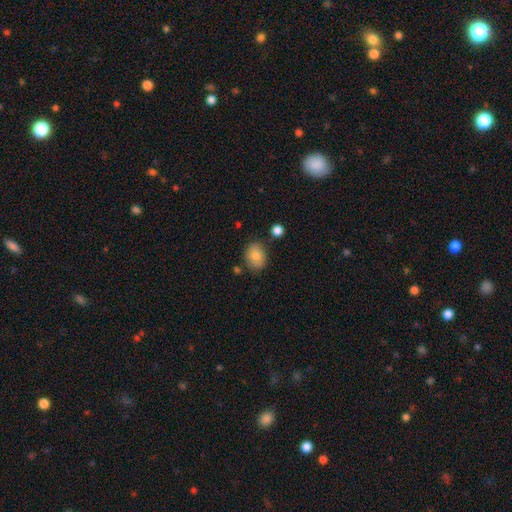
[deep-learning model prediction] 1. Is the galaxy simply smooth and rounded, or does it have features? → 82% smooth, 10% featured or disk, 9% star or artifact.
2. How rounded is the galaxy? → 53% in between, 46% round, 1% cigar-shaped.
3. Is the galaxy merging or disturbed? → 78% none, 14% minor disturbance, 5% merger, 3% major disturbance.